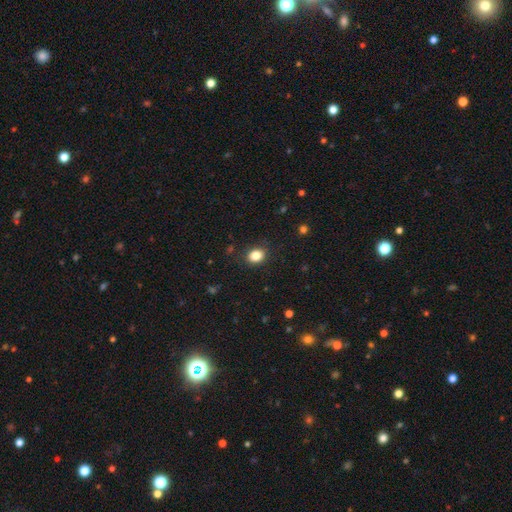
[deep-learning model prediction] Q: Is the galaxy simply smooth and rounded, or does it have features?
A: smooth — 85%.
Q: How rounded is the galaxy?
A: in between — 53%.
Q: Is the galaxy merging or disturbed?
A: none — 87%.